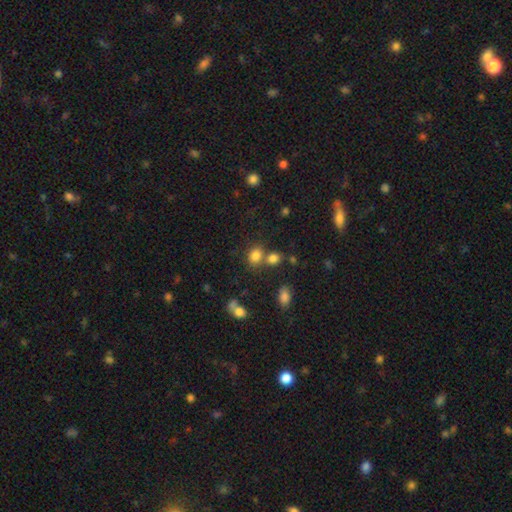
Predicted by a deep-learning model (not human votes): Q: Smooth or featured?
A: smooth (79%); runner-up: star or artifact (14%)
Q: How rounded?
A: round (52%); runner-up: in between (47%)
Q: Merging?
A: none (56%); runner-up: merger (28%)